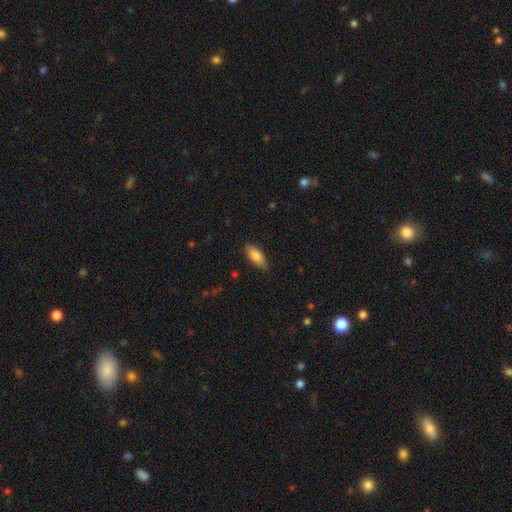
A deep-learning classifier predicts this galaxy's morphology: Smooth or featured? smooth (83%)
How rounded? in between (79%)
Merging? none (82%)